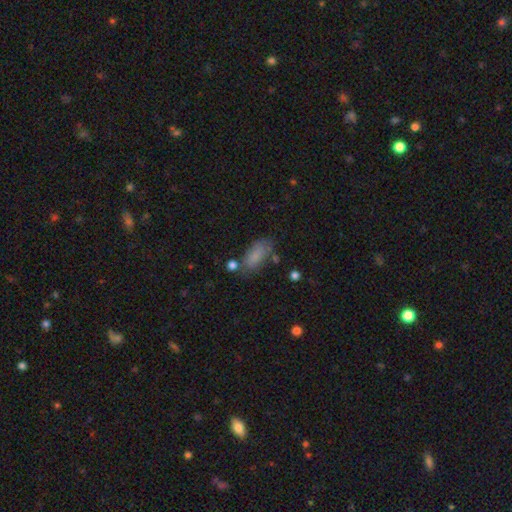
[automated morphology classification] smooth 81%, featured or disk 10%, star or artifact 9%. Down the decision tree: how rounded — in between (87%); merging — none (62%).